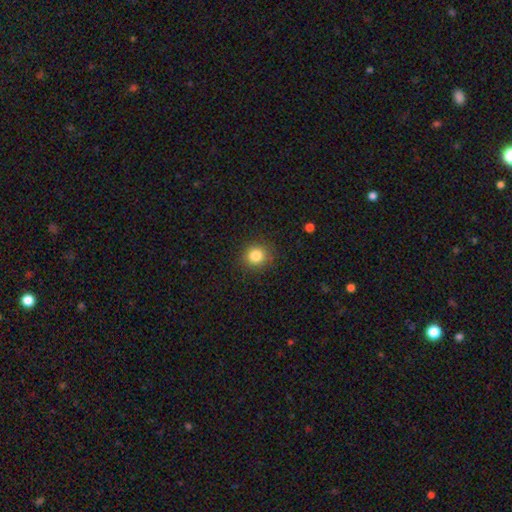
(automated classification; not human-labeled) Q: Smooth or featured?
A: smooth (84%); runner-up: star or artifact (11%)
Q: How rounded?
A: round (89%); runner-up: in between (10%)
Q: Merging?
A: none (88%); runner-up: minor disturbance (8%)